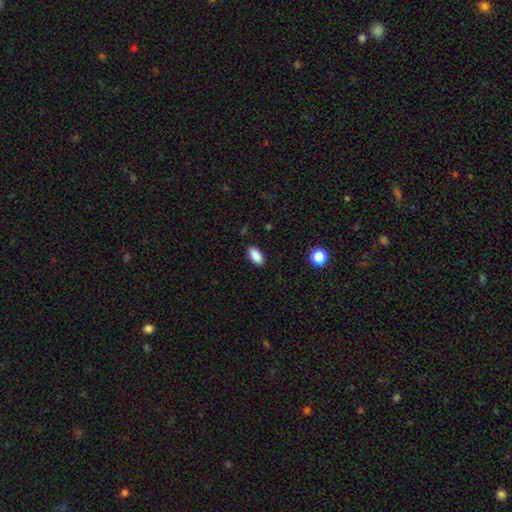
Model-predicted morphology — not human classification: smooth_or_featured: smooth (p=0.88) [alt: star or artifact p=0.08]
how_rounded: in between (p=0.92) [alt: cigar-shaped p=0.05]
merging: none (p=0.88) [alt: minor disturbance p=0.09]